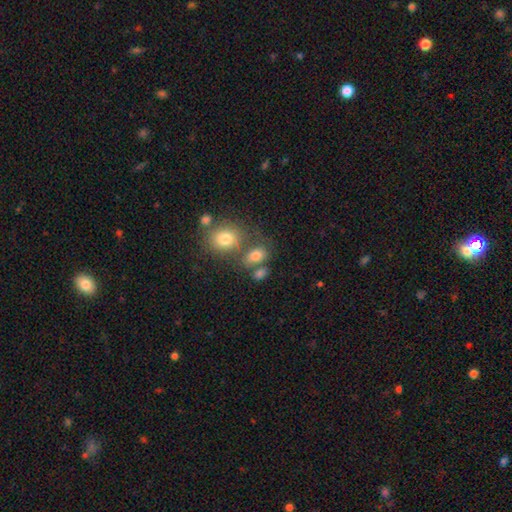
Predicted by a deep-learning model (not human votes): Smooth or featured? Predicted: smooth (p=0.79). How rounded? Predicted: in between (p=0.76). Merging? Predicted: none (p=0.48).